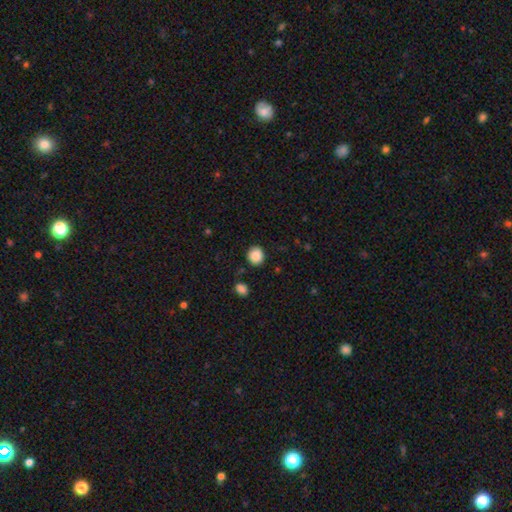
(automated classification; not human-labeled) Q: Smooth or featured?
A: smooth (88%); runner-up: star or artifact (9%)
Q: How rounded?
A: round (85%); runner-up: in between (14%)
Q: Merging?
A: none (87%); runner-up: minor disturbance (8%)